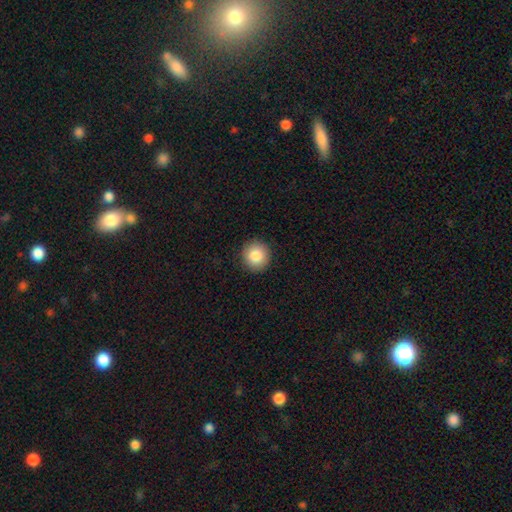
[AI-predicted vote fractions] The model was most divided on "smooth or featured": smooth: 85%, star or artifact: 8%, featured or disk: 6%. More confident: how rounded — round (94%); merging — none (92%).